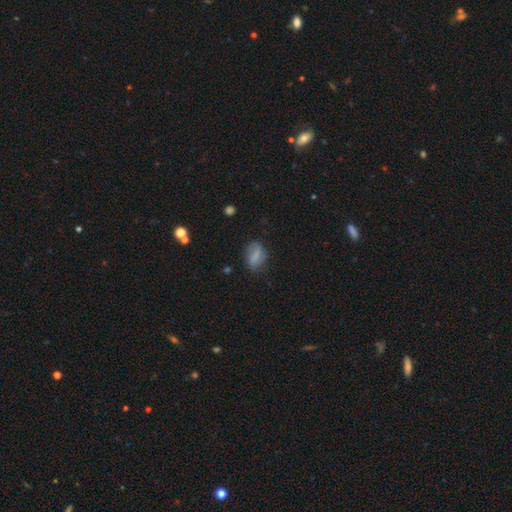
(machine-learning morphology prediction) Smooth or featured?
  - smooth: 70% *
  - featured or disk: 20%
  - star or artifact: 10%
How rounded?
  - in between: 75% *
  - round: 22%
  - cigar-shaped: 2%
Merging?
  - none: 64% *
  - minor disturbance: 25%
  - major disturbance: 9%
  - merger: 2%